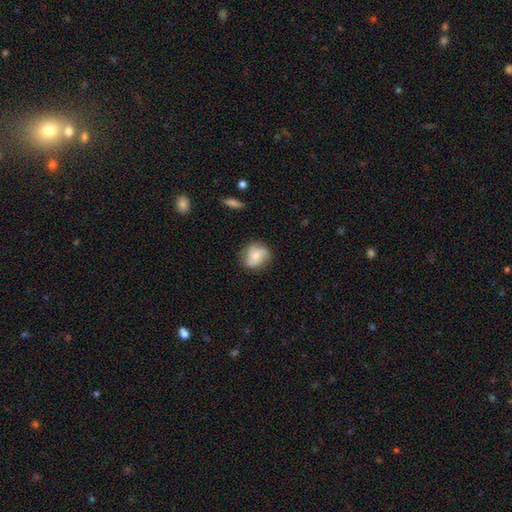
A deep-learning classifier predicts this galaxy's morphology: Smooth or featured?
  - smooth: 49% *
  - featured or disk: 43%
  - star or artifact: 8%
Merging?
  - none: 74% *
  - minor disturbance: 19%
  - major disturbance: 6%
  - merger: 2%